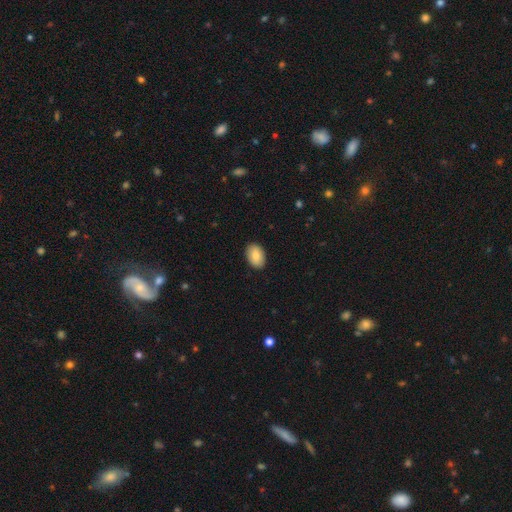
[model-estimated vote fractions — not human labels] A smooth galaxy with no disk features (84%) that is in between round and cigar-shaped (87%).

Vote fractions:
- Smooth or featured? smooth: 84% / featured or disk: 10% / star or artifact: 7%
- How rounded? in between: 87% / round: 12% / cigar-shaped: 1%
- Merging? none: 90% / minor disturbance: 7% / major disturbance: 2% / merger: 1%